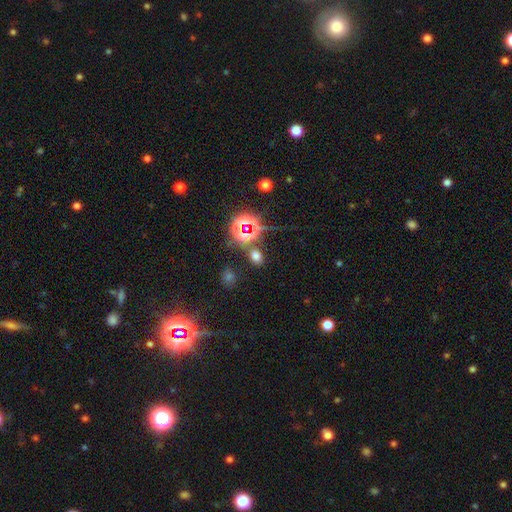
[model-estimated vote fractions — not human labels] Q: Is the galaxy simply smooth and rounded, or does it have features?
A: smooth — 58%.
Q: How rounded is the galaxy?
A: in between — 65%.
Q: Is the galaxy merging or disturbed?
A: none — 79%.